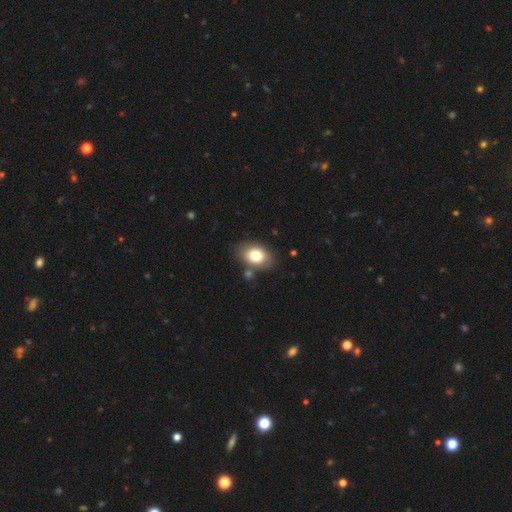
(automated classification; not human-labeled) Smooth or featured?
  - smooth: 78% *
  - featured or disk: 13%
  - star or artifact: 9%
How rounded?
  - in between: 76% *
  - round: 23%
  - cigar-shaped: 1%
Merging?
  - none: 75% *
  - minor disturbance: 13%
  - merger: 8%
  - major disturbance: 4%